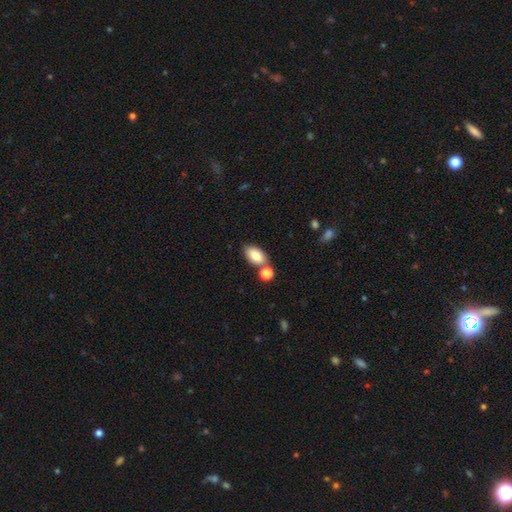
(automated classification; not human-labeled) smooth_or_featured: smooth (p=0.81) [alt: featured or disk p=0.11]
how_rounded: in between (p=0.90) [alt: round p=0.07]
merging: none (p=0.63) [alt: merger p=0.21]